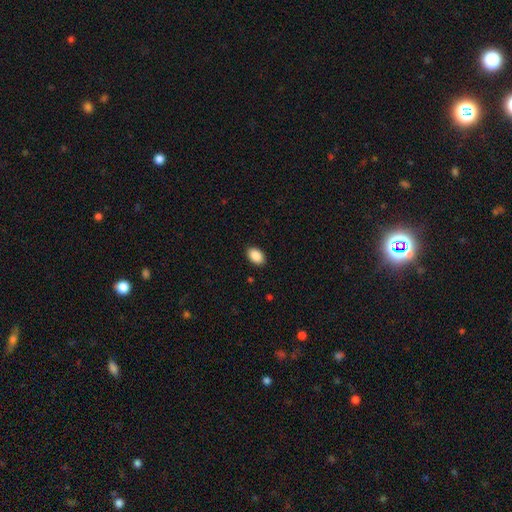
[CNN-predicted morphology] This is clearly a smooth galaxy (90%). How rounded: clearly in between (89%). Merging: clearly none (89%).